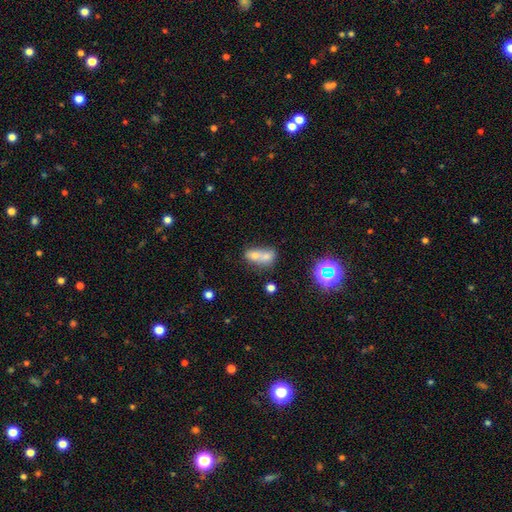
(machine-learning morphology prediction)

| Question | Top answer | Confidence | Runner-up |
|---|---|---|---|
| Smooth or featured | smooth | 61% | featured or disk (22%) |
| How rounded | in between | 60% | round (35%) |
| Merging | merger | 70% | none (19%) |